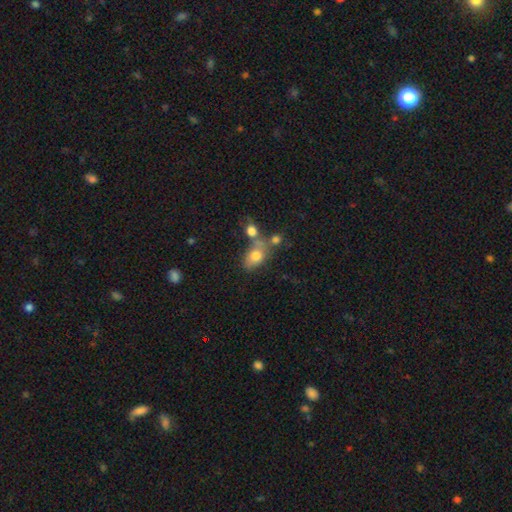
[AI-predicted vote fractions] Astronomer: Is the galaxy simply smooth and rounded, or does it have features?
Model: smooth — 75%.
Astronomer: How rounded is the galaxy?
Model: in between — 76%.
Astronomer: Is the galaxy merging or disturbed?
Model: none — 39% (runner-up: merger, 38%).